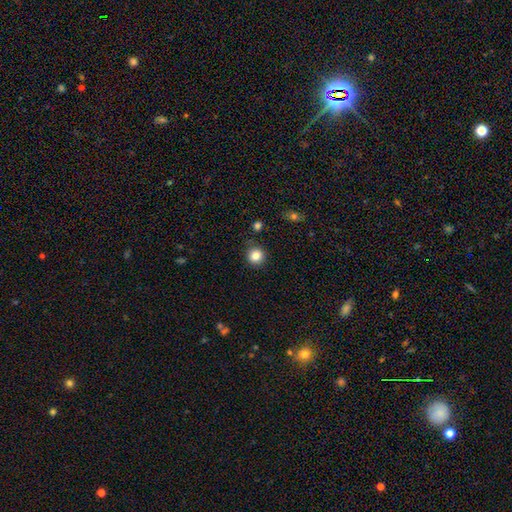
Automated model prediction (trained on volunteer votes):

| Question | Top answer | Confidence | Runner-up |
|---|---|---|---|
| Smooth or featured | smooth | 85% | star or artifact (11%) |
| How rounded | round | 92% | in between (7%) |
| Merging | none | 86% | minor disturbance (9%) |